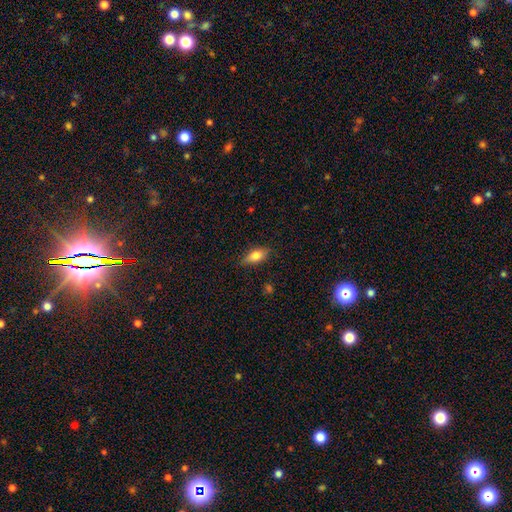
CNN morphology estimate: Q: Smooth or featured?
A: smooth (75%); runner-up: featured or disk (18%)
Q: How rounded?
A: in between (81%); runner-up: cigar-shaped (14%)
Q: Merging?
A: none (83%); runner-up: minor disturbance (13%)